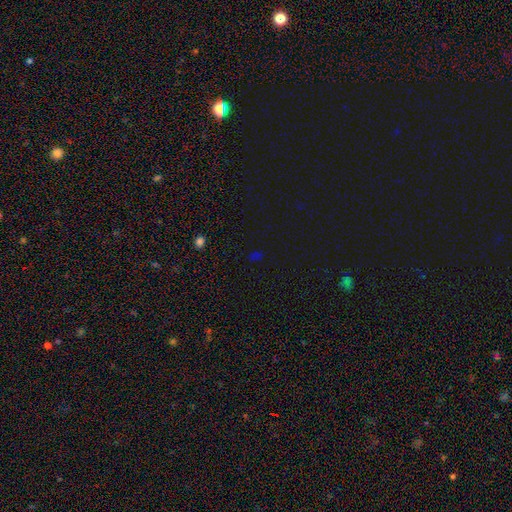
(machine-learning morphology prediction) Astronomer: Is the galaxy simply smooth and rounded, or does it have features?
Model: star or artifact — 62%.